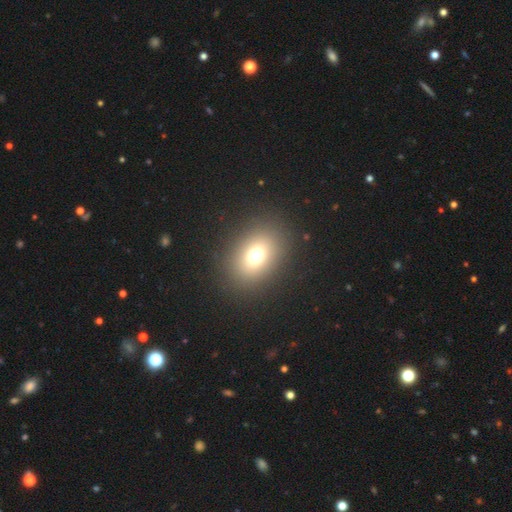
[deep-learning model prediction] smooth-or-featured: smooth: 71% | star or artifact: 17% | featured or disk: 12%
  how-rounded: in between: 60% | round: 39% | cigar-shaped: 1%
  merging: none: 87% | minor disturbance: 7% | major disturbance: 5% | merger: 1%